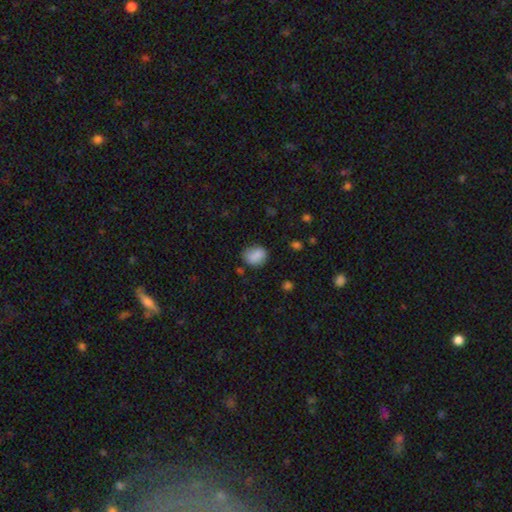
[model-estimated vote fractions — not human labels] A smooth galaxy with no disk features (84%) that is in between round and cigar-shaped (56%). Merging: none (72%).